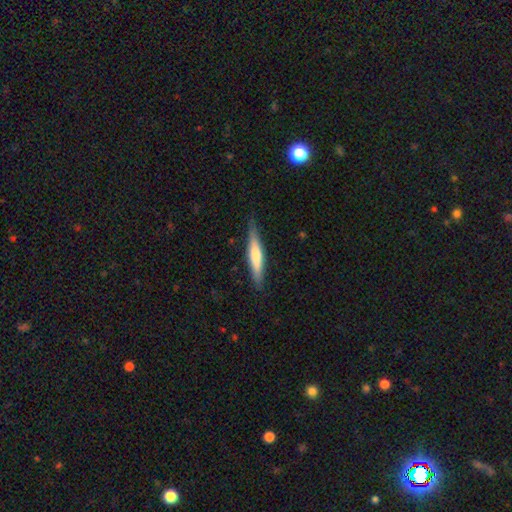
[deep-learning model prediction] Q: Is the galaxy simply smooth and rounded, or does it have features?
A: smooth — 56%.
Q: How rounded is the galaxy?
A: cigar-shaped — 90%.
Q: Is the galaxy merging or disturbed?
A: none — 85%.